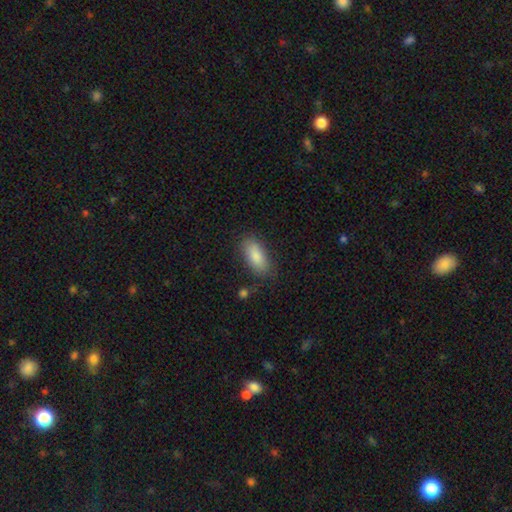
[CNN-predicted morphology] A smooth galaxy with no disk features (84%) that is in between round and cigar-shaped (86%).

Vote fractions:
- Smooth or featured? smooth: 84% / featured or disk: 9% / star or artifact: 7%
- How rounded? in between: 86% / cigar-shaped: 12% / round: 2%
- Merging? none: 81% / minor disturbance: 13% / major disturbance: 3% / merger: 2%